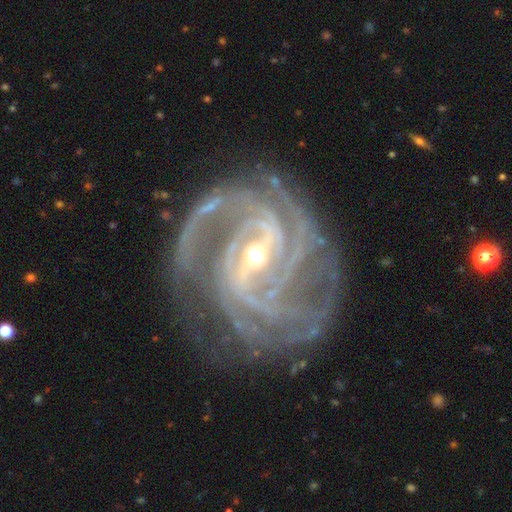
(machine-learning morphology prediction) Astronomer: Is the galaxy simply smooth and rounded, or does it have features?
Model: featured or disk — 94%.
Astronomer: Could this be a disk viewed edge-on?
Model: no — 98%.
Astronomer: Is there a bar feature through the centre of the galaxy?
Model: strong — 50% (runner-up: weak, 33%).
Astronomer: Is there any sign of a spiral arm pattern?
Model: yes — 99%.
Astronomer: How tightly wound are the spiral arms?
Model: tight — 55% (runner-up: medium, 38%).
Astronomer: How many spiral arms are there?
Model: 3 — 25% (runner-up: 2, 23%).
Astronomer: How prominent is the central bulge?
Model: small — 61% (runner-up: moderate, 36%).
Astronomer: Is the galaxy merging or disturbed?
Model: none — 66%.